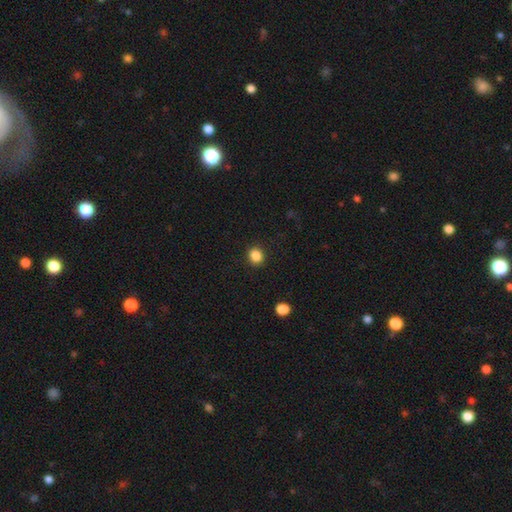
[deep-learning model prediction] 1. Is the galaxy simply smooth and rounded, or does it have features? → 87% smooth, 10% star or artifact, 3% featured or disk.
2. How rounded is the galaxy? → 75% round, 24% in between, 1% cigar-shaped.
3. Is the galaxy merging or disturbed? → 90% none, 7% minor disturbance, 2% major disturbance, 1% merger.